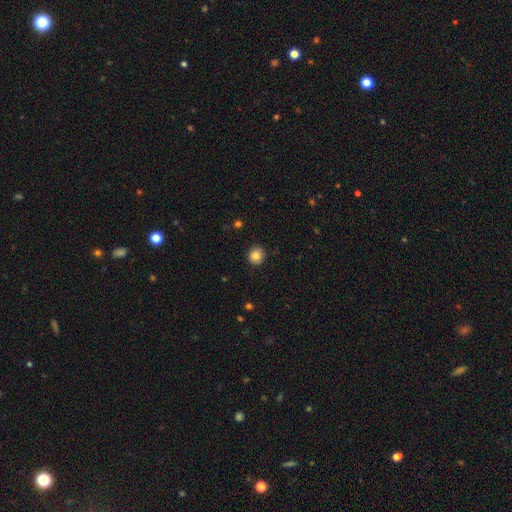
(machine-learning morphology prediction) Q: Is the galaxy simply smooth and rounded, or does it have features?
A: smooth — 84%.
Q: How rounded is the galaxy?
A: round — 89%.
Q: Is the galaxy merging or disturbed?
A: none — 91%.